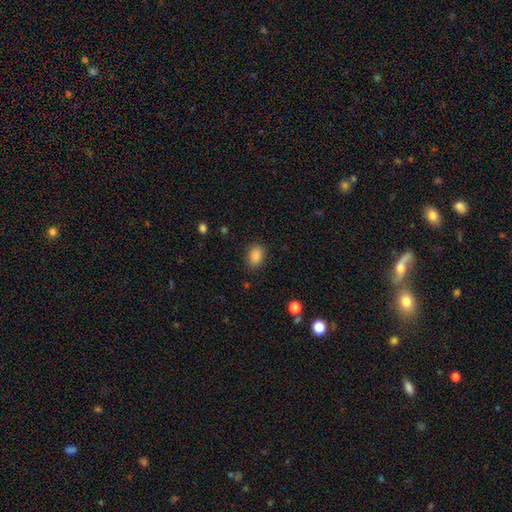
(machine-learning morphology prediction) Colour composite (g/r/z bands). It shows a smooth galaxy with no disk features (88%) that is in between round and cigar-shaped (74%). Merging: none (86%).